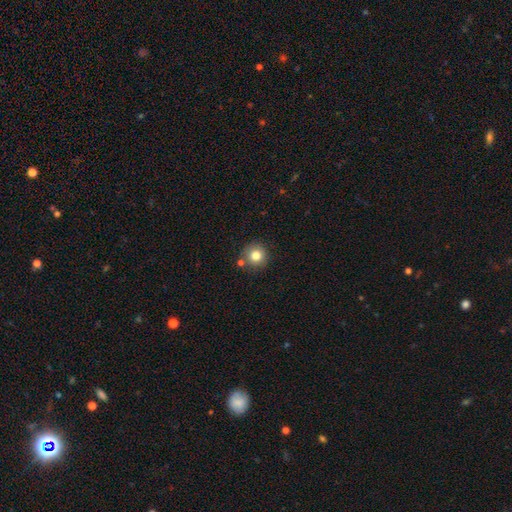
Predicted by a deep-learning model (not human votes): Smooth or featured? Predicted: smooth (p=0.81). How rounded? Predicted: round (p=0.94). Merging? Predicted: none (p=0.79).